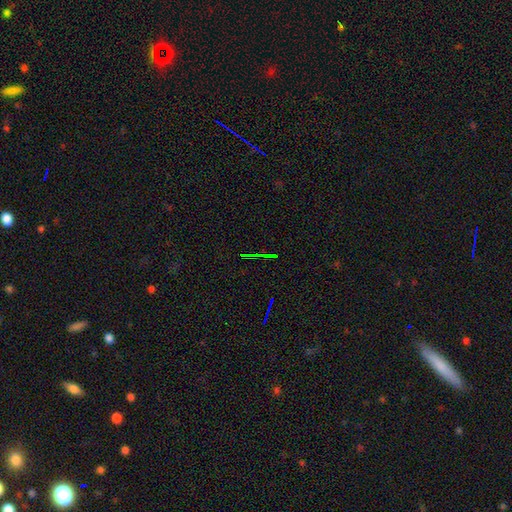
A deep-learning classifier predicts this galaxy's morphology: A star or artifact, not a galaxy (79%).